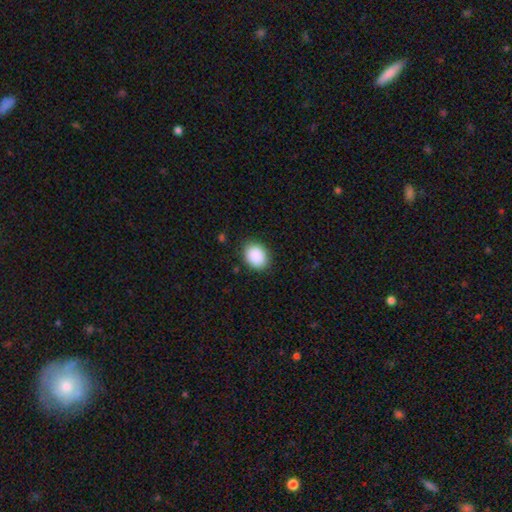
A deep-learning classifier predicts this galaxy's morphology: This appears to be a smooth galaxy with no disk features (90%) that is in between round and cigar-shaped (57%). Merging: none (87%).